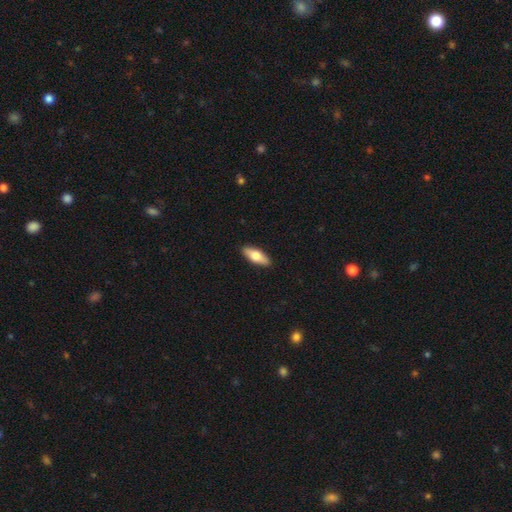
This appears to be a smooth galaxy with no disk features (53%) that is in between round and cigar-shaped (70%). Merging: none (89%).